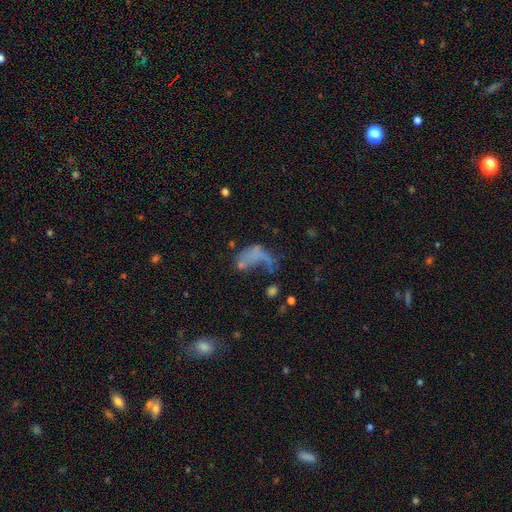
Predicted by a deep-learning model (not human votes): smooth-or-featured: smooth: 48% | featured or disk: 34% | star or artifact: 17%
  merging: major disturbance: 49% | none: 21% | merger: 16% | minor disturbance: 13%